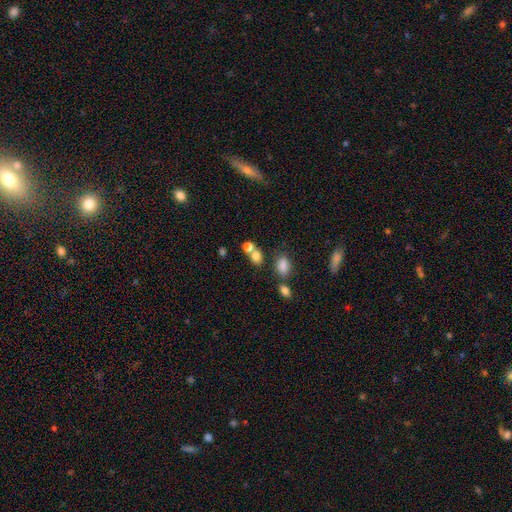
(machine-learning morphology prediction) Smooth or featured: smooth — 78% (star or artifact — 13%)
How rounded: round — 52% (in between — 46%)
Merging: none — 44% (merger — 42%)